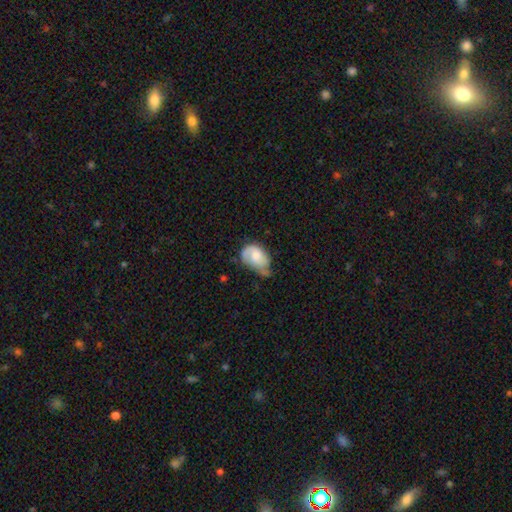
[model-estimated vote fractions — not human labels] smooth-or-featured: smooth: 50% | featured or disk: 43% | star or artifact: 7%
  how-rounded: in between: 79% | round: 20% | cigar-shaped: 1%
  merging: minor disturbance: 42% | none: 28% | major disturbance: 24% | merger: 6%